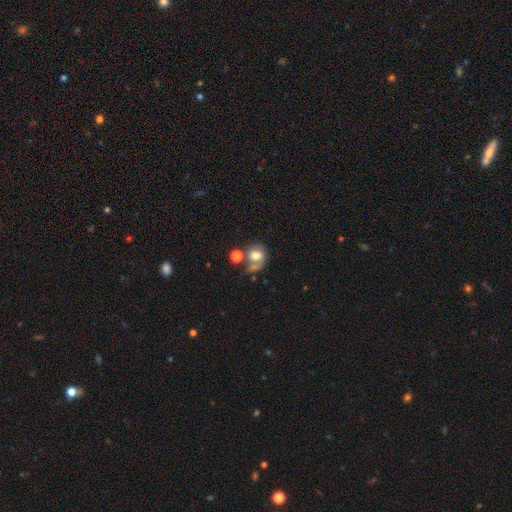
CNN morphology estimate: Smooth or featured: smooth — 69% (featured or disk — 20%)
How rounded: round — 67% (in between — 32%)
Merging: none — 36% (merger — 33%)